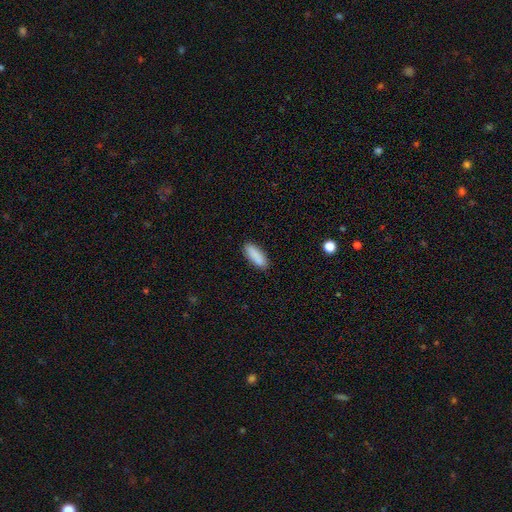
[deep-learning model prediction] Morphology: type=smooth (88%); roundness=in between (59%); merging=none (84%).